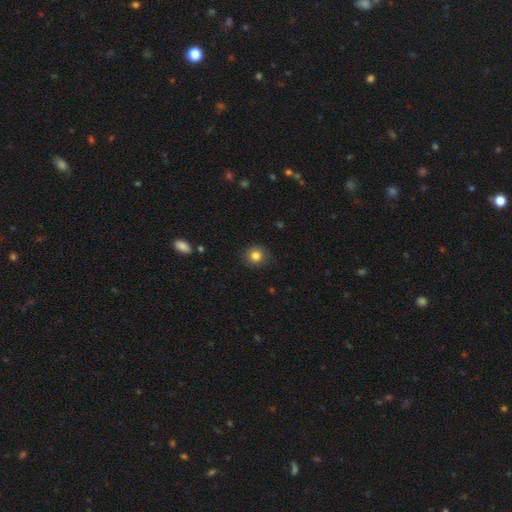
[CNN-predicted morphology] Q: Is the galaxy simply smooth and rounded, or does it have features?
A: smooth — 81%.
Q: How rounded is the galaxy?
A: round — 89%.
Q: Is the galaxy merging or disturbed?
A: none — 87%.